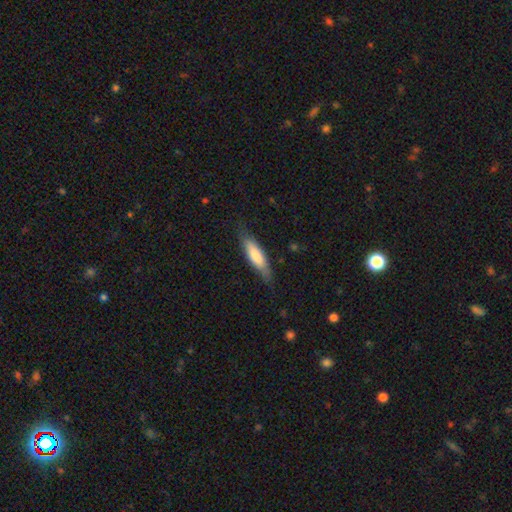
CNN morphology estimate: Overall: smooth (72%). How rounded: cigar-shaped (60%; in between 39%). Merging: none (75%).